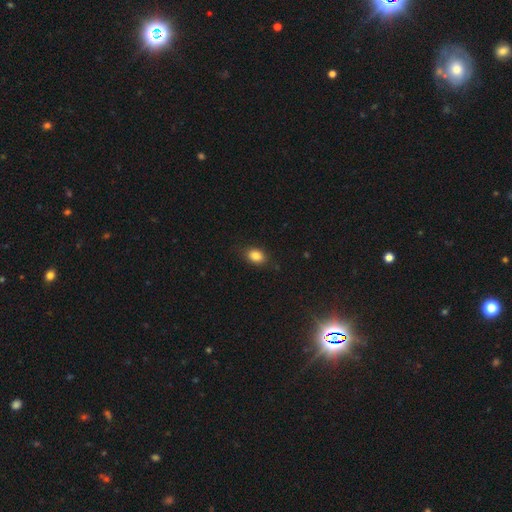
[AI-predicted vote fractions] The model was most divided on "how rounded": in between: 74%, round: 24%, cigar-shaped: 1%. More confident: smooth or featured — smooth (85%); merging — none (84%).